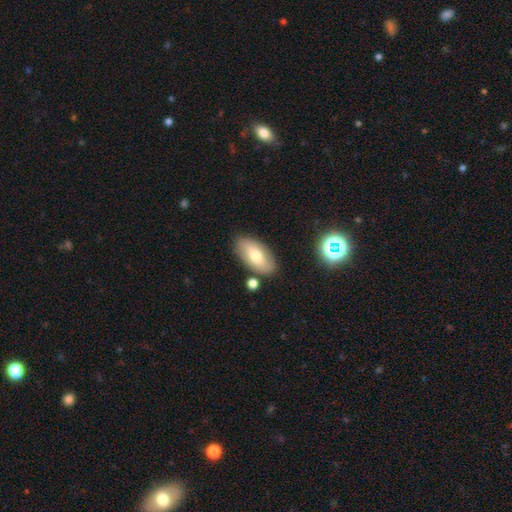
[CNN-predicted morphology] Smooth or featured: smooth — 67% (featured or disk — 26%)
How rounded: in between — 93% (cigar-shaped — 4%)
Merging: none — 81% (minor disturbance — 12%)